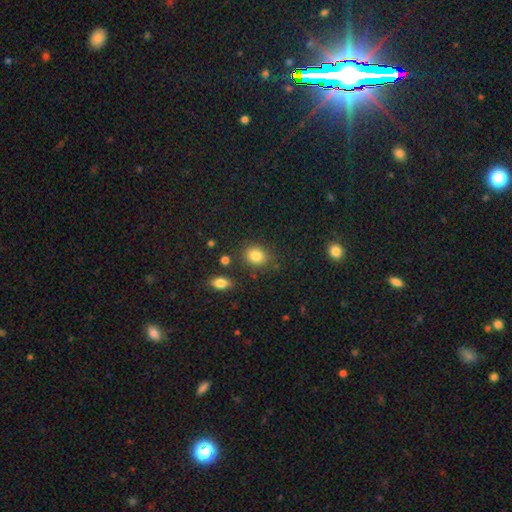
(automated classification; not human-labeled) Smooth or featured? Predicted: smooth (p=0.84). How rounded? Predicted: in between (p=0.51). Merging? Predicted: none (p=0.81).